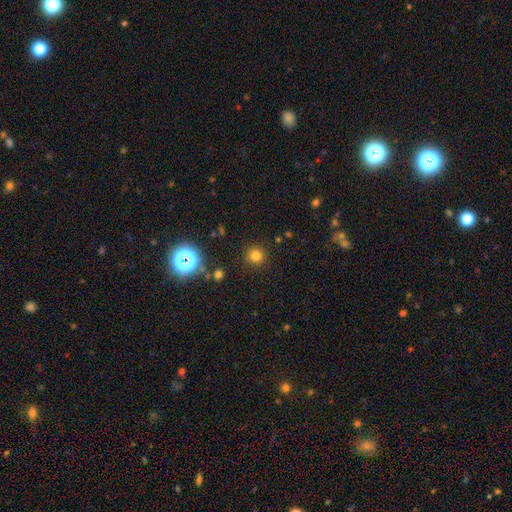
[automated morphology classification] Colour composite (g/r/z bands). It shows a smooth galaxy with no disk features (76%) that is round (93%). Merging: none (89%).